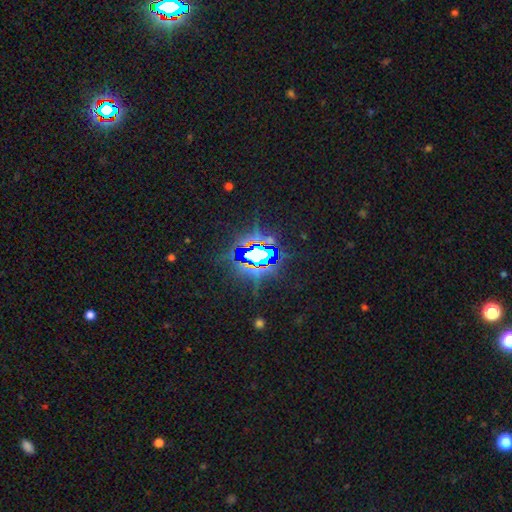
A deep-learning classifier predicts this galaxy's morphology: Smooth or featured?
  - star or artifact: 80% *
  - smooth: 10%
  - featured or disk: 10%